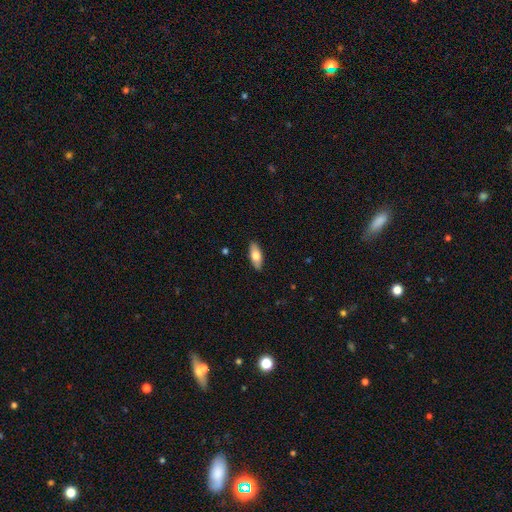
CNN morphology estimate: A smooth galaxy with no disk features (70%) that is in between round and cigar-shaped (80%). Merging: none (88%).